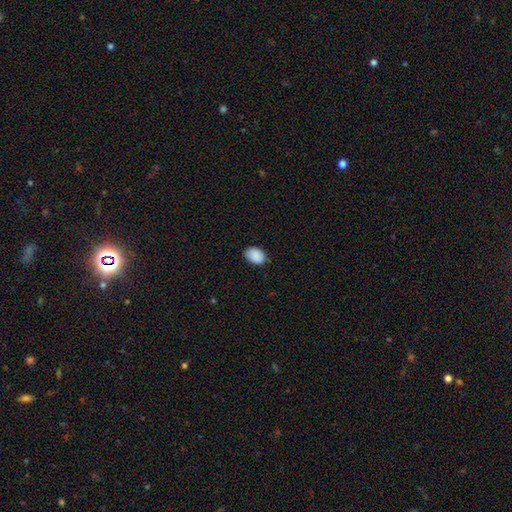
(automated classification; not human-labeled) This is clearly a smooth galaxy (90%). How rounded: clearly in between (81%). Merging: clearly none (81%).